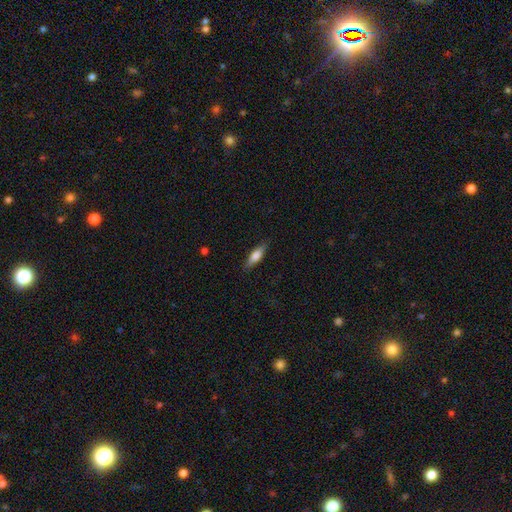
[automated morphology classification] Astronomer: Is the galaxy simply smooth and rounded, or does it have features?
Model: smooth — 68%.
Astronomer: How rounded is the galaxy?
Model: cigar-shaped — 53% (runner-up: in between, 45%).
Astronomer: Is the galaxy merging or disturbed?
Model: none — 86%.